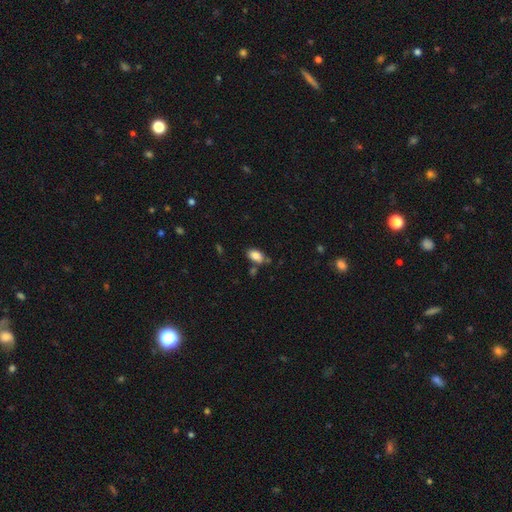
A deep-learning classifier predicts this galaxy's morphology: A smooth galaxy with no disk features (84%) that is in between round and cigar-shaped (91%).

Vote fractions:
- Smooth or featured? smooth: 84% / star or artifact: 9% / featured or disk: 7%
- How rounded? in between: 91% / round: 6% / cigar-shaped: 2%
- Merging? none: 68% / minor disturbance: 17% / merger: 11% / major disturbance: 4%